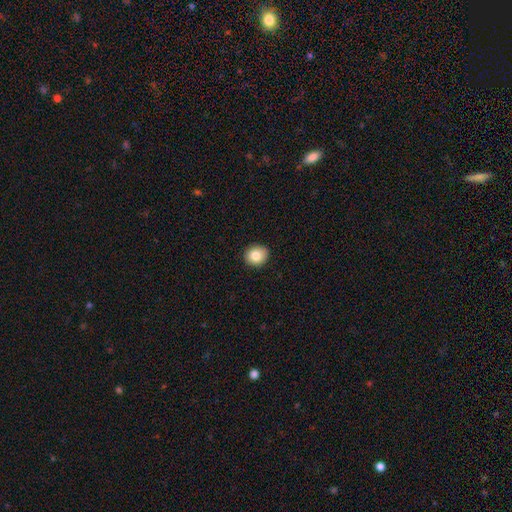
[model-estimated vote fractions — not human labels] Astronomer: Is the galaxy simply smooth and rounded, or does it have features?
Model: smooth — 83%.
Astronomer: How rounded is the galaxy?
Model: round — 80%.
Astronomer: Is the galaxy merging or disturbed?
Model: none — 91%.